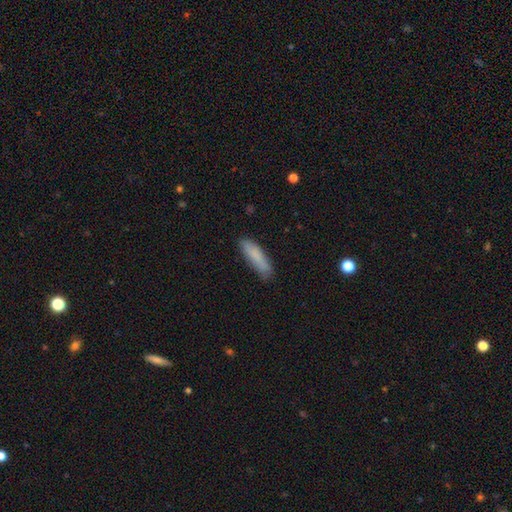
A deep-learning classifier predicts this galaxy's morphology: This is clearly a smooth galaxy (84%). How rounded: likely cigar-shaped (68%). Merging: clearly none (80%).